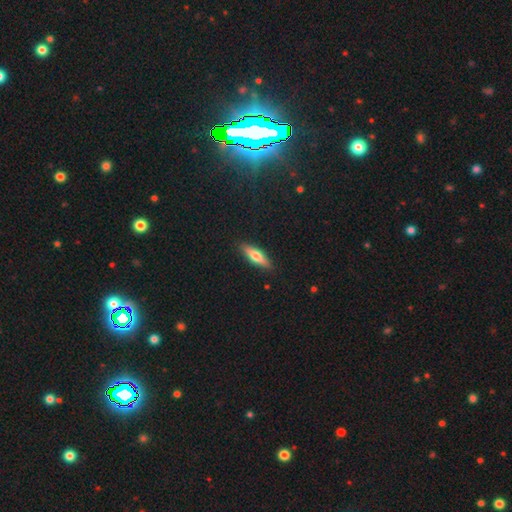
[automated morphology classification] smooth 57%, featured or disk 37%, star or artifact 6%. Down the decision tree: how rounded — cigar-shaped (63%); merging — none (89%).